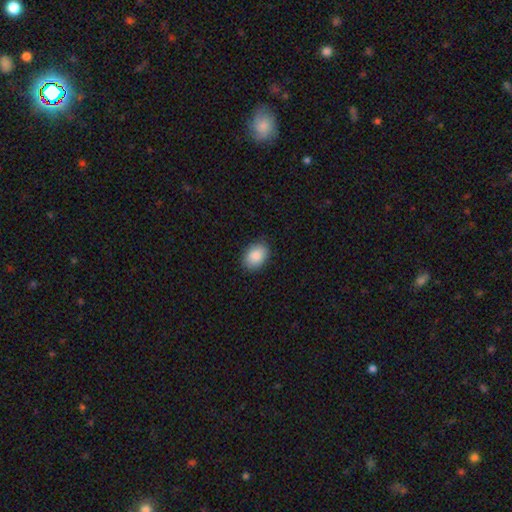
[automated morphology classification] Smooth or featured? Predicted: smooth (p=0.89). How rounded? Predicted: in between (p=0.81). Merging? Predicted: none (p=0.87).